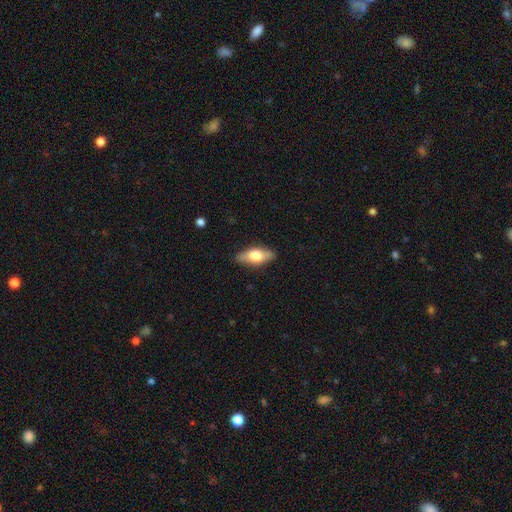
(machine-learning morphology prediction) smooth-or-featured: smooth: 61% | featured or disk: 33% | star or artifact: 6%
  how-rounded: in between: 80% | cigar-shaped: 17% | round: 4%
  merging: none: 86% | minor disturbance: 10% | major disturbance: 2% | merger: 1%